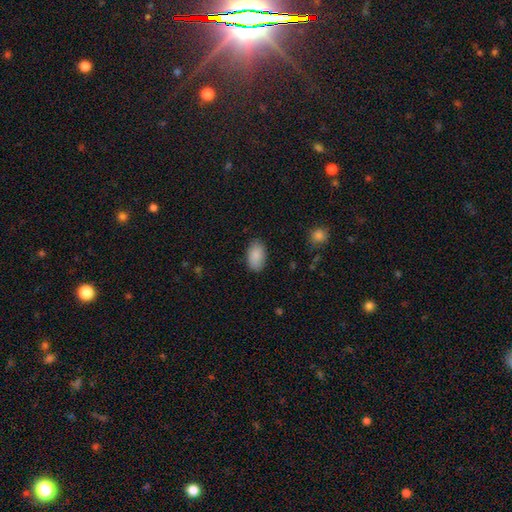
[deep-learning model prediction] This is clearly a smooth galaxy (89%). How rounded: clearly in between (94%). Merging: clearly none (85%).